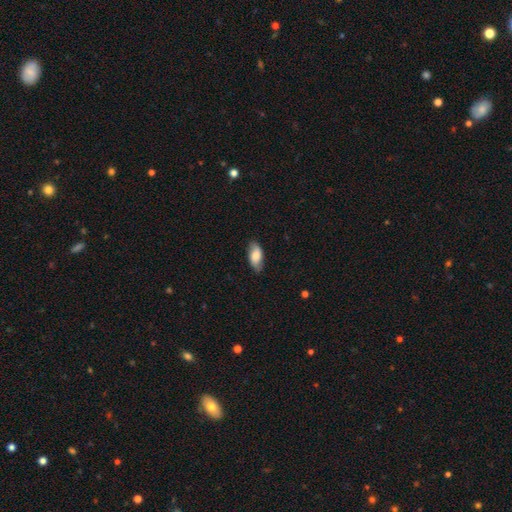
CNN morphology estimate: A smooth galaxy with no disk features (74%) that is in between round and cigar-shaped (88%). Merging: none (80%).